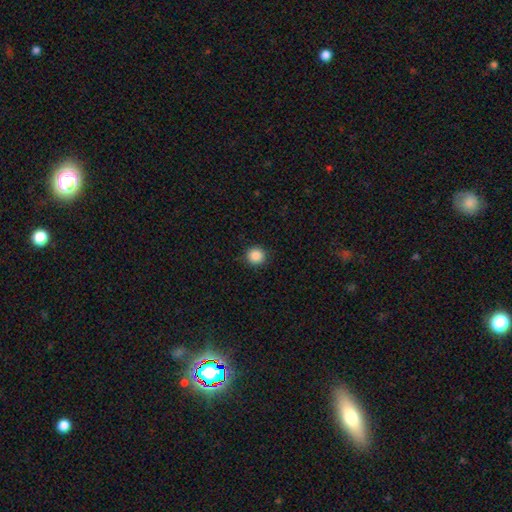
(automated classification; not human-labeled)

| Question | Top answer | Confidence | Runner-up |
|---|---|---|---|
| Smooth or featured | smooth | 88% | star or artifact (10%) |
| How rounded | round | 94% | in between (5%) |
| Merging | none | 90% | minor disturbance (7%) |